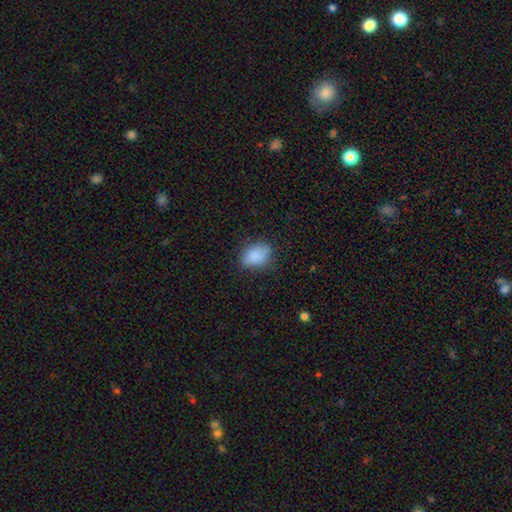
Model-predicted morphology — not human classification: The model was most divided on "merging": none: 76%, minor disturbance: 18%, major disturbance: 5%, merger: 1%. More confident: smooth or featured — smooth (87%); how rounded — in between (82%).